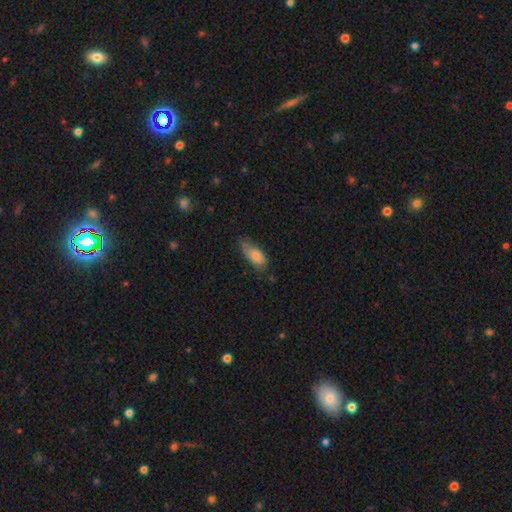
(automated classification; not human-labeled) Smooth or featured? Predicted: smooth (p=0.79). How rounded? Predicted: in between (p=0.86). Merging? Predicted: none (p=0.47).